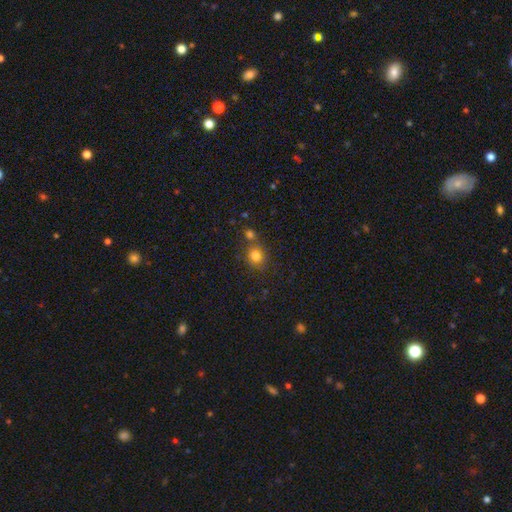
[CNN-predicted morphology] smooth_or_featured: smooth (p=0.80) [alt: star or artifact p=0.13]
how_rounded: round (p=0.82) [alt: in between p=0.17]
merging: none (p=0.68) [alt: merger p=0.18]